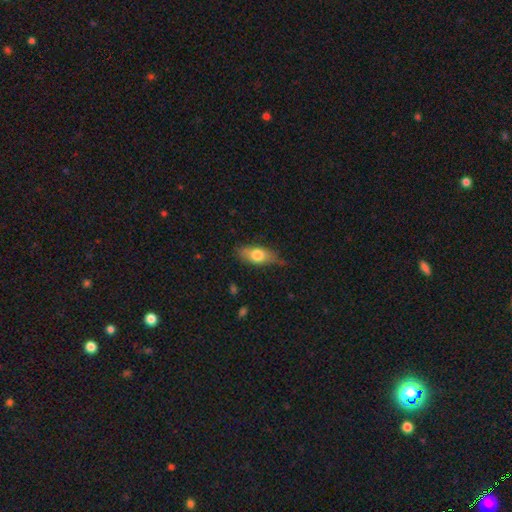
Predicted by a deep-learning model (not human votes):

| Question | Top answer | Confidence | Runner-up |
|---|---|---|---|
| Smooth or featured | smooth | 66% | featured or disk (28%) |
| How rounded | in between | 79% | cigar-shaped (16%) |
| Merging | none | 71% | minor disturbance (23%) |